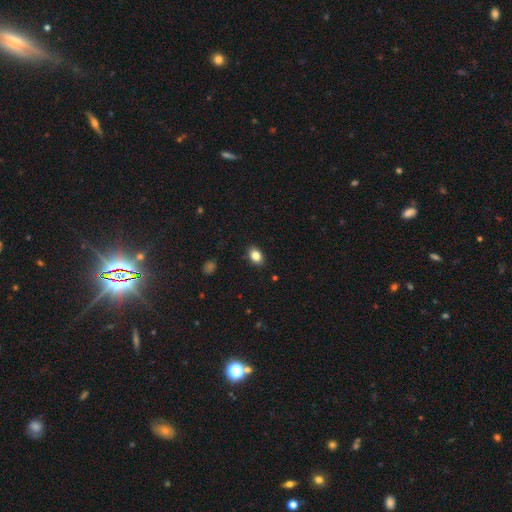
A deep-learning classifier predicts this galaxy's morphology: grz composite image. It shows a smooth galaxy with no disk features (84%) that is in between round and cigar-shaped (78%). Merging: none (88%).